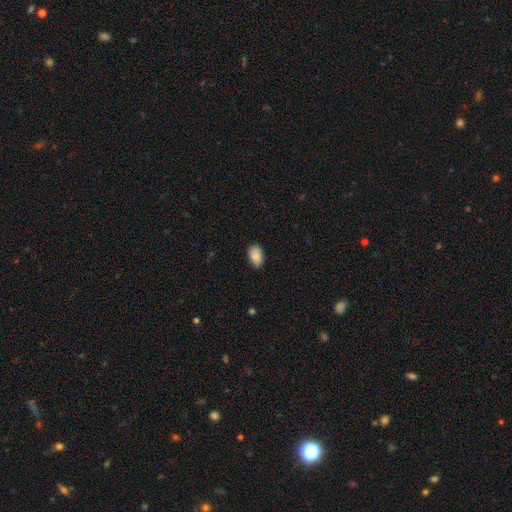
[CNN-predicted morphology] smooth 88%, star or artifact 7%, featured or disk 5%. Down the decision tree: how rounded — in between (92%); merging — none (85%).